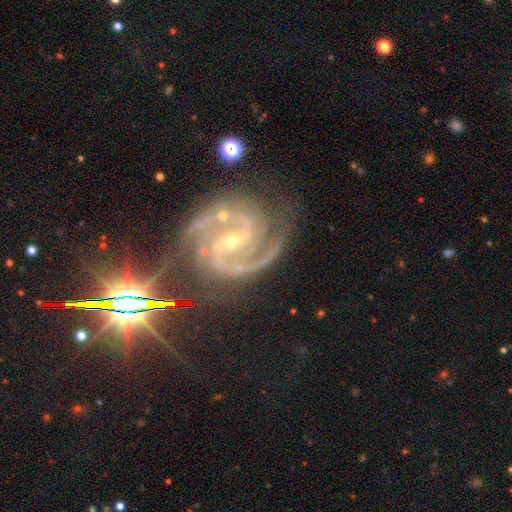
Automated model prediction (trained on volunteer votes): Morphology: type=featured or disk (90%); edge-on=no (98%); bar=strong (49%); spiral arms=yes (99%); winding=medium (53%); arm count=2 (75%); bulge=small (70%); merging=none (68%).